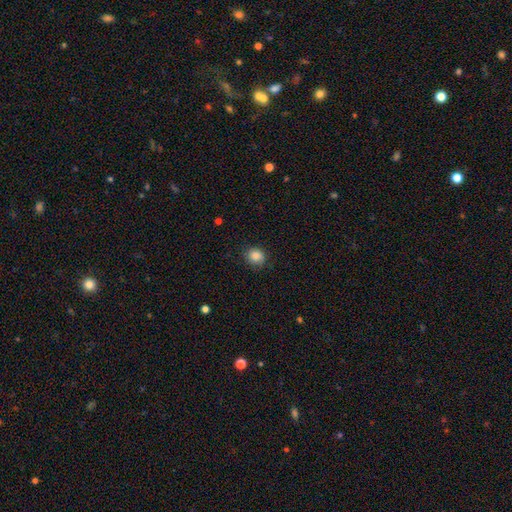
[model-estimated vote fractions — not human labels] Q: Smooth or featured?
A: smooth (85%); runner-up: star or artifact (9%)
Q: How rounded?
A: round (79%); runner-up: in between (20%)
Q: Merging?
A: none (80%); runner-up: minor disturbance (15%)